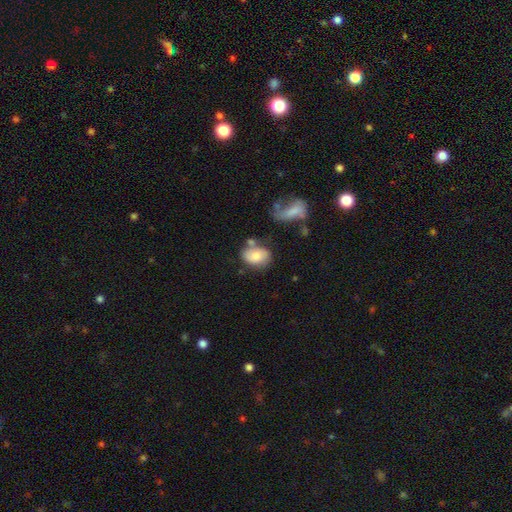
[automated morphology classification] The model was most divided on "merging": none: 53%, minor disturbance: 22%, merger: 16%, major disturbance: 9%. More confident: how rounded — in between (73%); smooth or featured — smooth (67%).